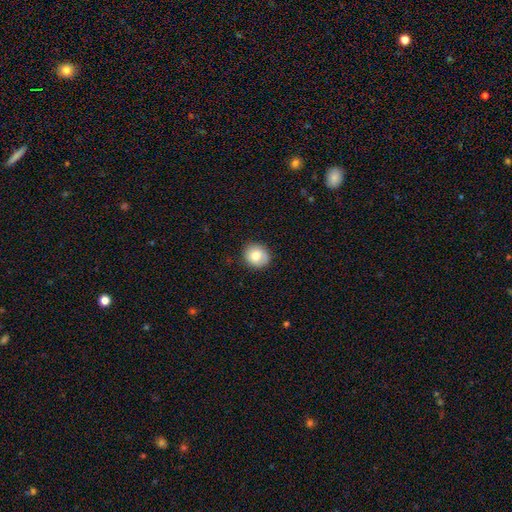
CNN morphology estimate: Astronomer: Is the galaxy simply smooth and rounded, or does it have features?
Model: smooth — 79%.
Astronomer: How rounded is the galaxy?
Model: round — 74%.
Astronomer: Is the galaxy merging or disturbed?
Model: none — 87%.